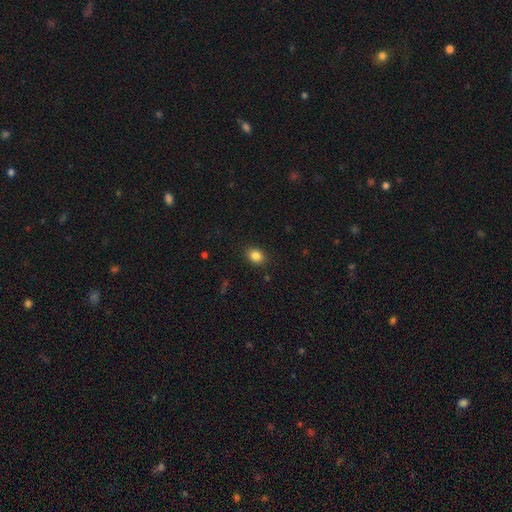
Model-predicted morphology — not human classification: This is clearly a smooth galaxy (85%). How rounded: possibly in between (55%). Merging: clearly none (89%).